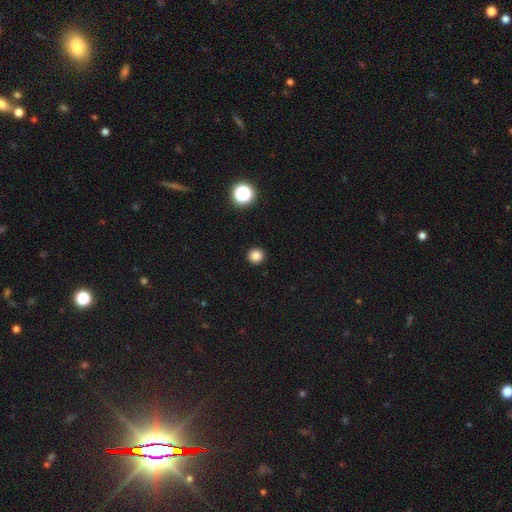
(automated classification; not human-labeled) Smooth or featured: smooth — 84% (star or artifact — 13%)
How rounded: round — 91% (in between — 8%)
Merging: none — 92% (minor disturbance — 5%)